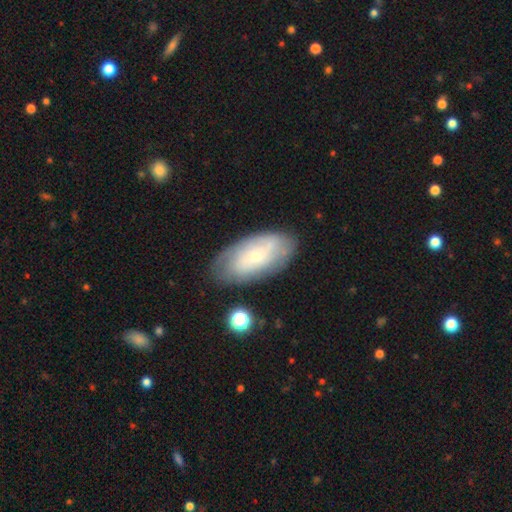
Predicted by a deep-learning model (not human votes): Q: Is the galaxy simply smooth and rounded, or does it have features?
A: featured or disk — 50%.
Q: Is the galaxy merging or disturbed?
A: none — 73%.